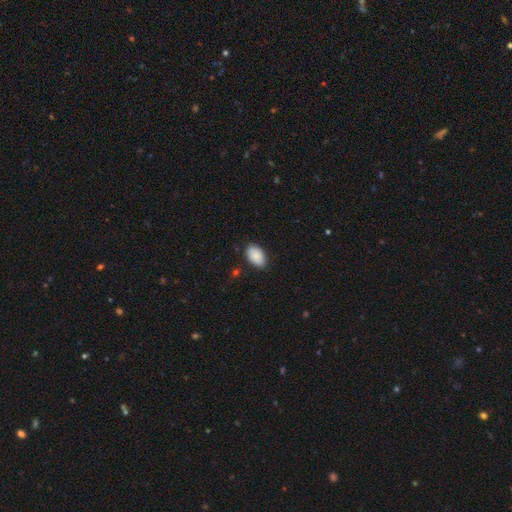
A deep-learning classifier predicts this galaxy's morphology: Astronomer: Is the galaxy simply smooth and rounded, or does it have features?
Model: smooth — 89%.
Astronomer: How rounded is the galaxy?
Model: in between — 92%.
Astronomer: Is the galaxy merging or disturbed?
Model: none — 82%.